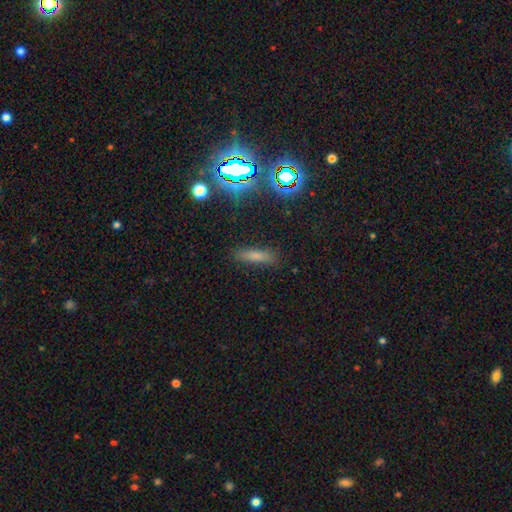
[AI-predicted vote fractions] Morphology: type=smooth (58%); roundness=cigar-shaped (67%); merging=none (86%).